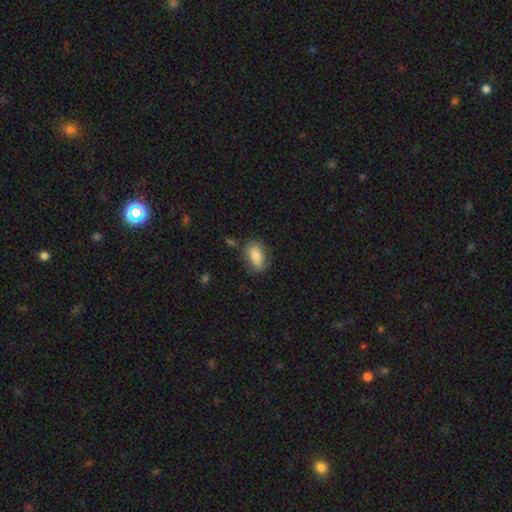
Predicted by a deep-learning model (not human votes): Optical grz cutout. It shows a smooth galaxy with no disk features (78%) that is in between round and cigar-shaped (86%). Merging: none (71%).